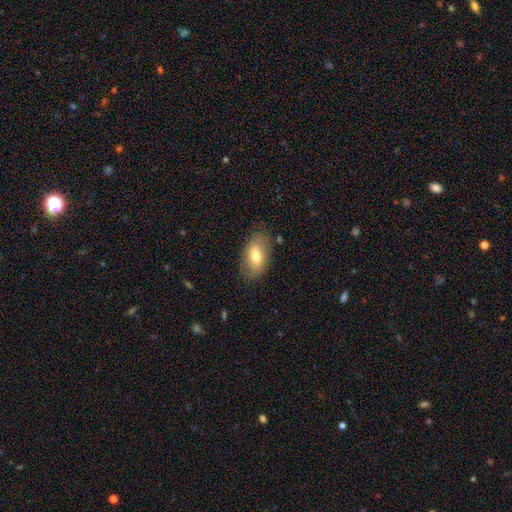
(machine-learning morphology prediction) Q: Smooth or featured?
A: smooth (72%); runner-up: featured or disk (21%)
Q: How rounded?
A: in between (92%); runner-up: round (5%)
Q: Merging?
A: none (80%); runner-up: minor disturbance (15%)